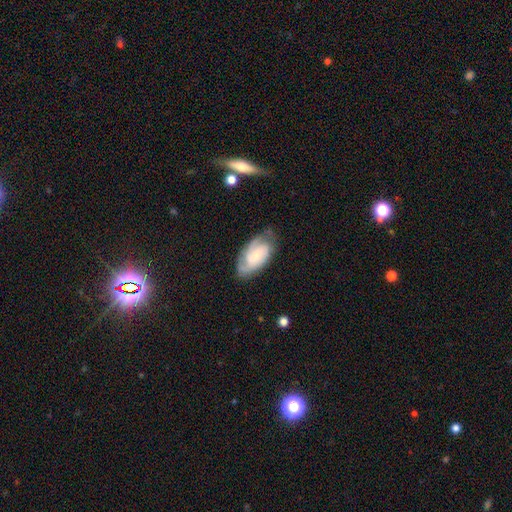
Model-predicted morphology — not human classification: The model was most divided on "spiral arm count": 2: 40%, 3: 26%, can't tell: 21%, 1: 5%, 4: 5%, more than 4: 3%. More confident: edge-on disk — no (96%); spiral arms — yes (95%); smooth or featured — featured or disk (75%); merging — none (70%); bulge size — small (65%); bar — no (64%); spiral winding — tight (53%).